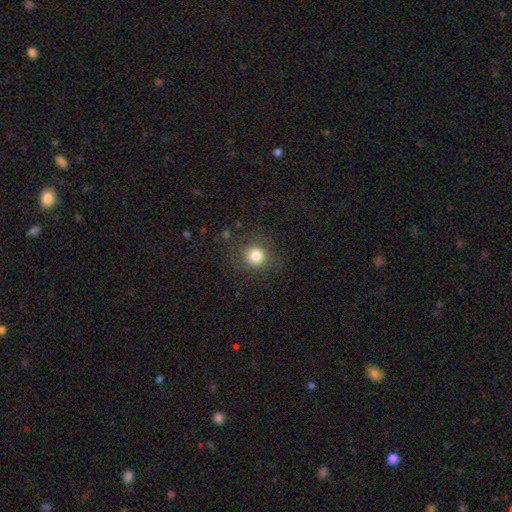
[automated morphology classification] smooth 81%, star or artifact 12%, featured or disk 8%. Down the decision tree: how rounded — round (89%); merging — none (82%).